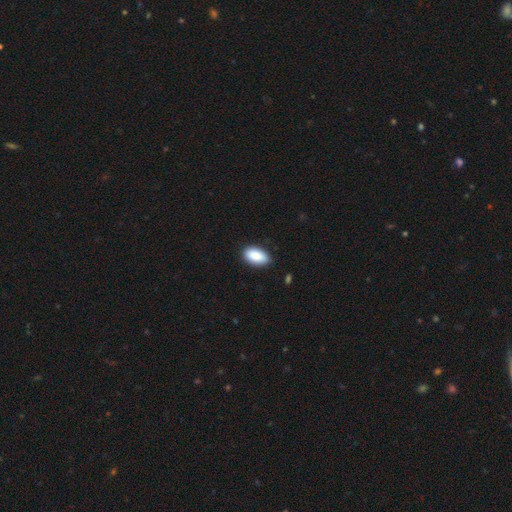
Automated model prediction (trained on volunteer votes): This is clearly a smooth galaxy (88%). How rounded: clearly in between (94%). Merging: clearly none (83%).